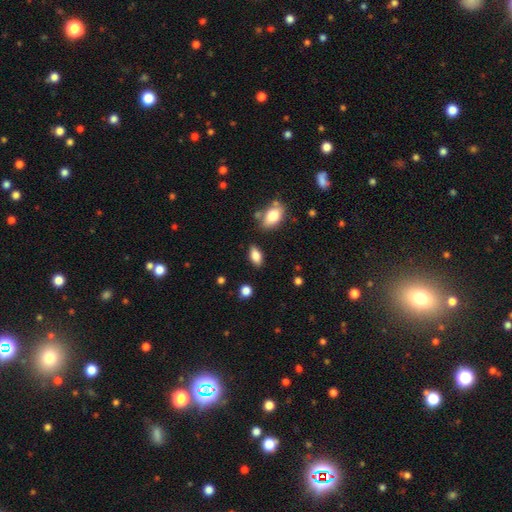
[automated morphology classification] Smooth or featured?
  - smooth: 81% *
  - featured or disk: 11%
  - star or artifact: 8%
How rounded?
  - in between: 87% *
  - cigar-shaped: 8%
  - round: 4%
Merging?
  - none: 82% *
  - minor disturbance: 12%
  - major disturbance: 3%
  - merger: 3%